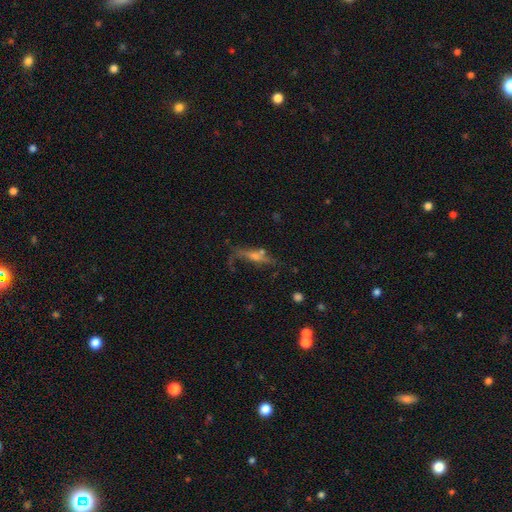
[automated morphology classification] featured or disk 57%, smooth 28%, star or artifact 15%. Down the decision tree: edge-on disk — yes (56%); merging — none (42%).